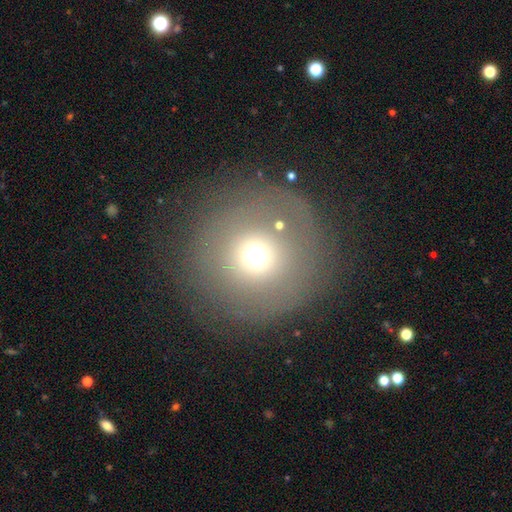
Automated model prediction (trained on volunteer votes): Q: Smooth or featured?
A: smooth (60%); runner-up: featured or disk (22%)
Q: How rounded?
A: round (95%); runner-up: in between (4%)
Q: Merging?
A: none (71%); runner-up: minor disturbance (13%)